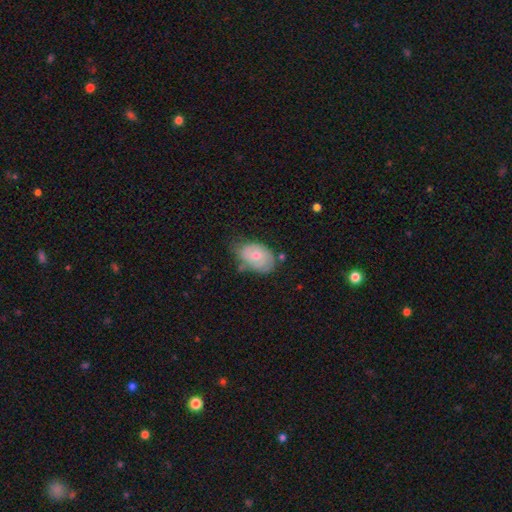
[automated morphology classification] smooth_or_featured: smooth (p=0.54) [alt: featured or disk p=0.39]
how_rounded: in between (p=0.84) [alt: round p=0.15]
merging: none (p=0.52) [alt: minor disturbance p=0.33]